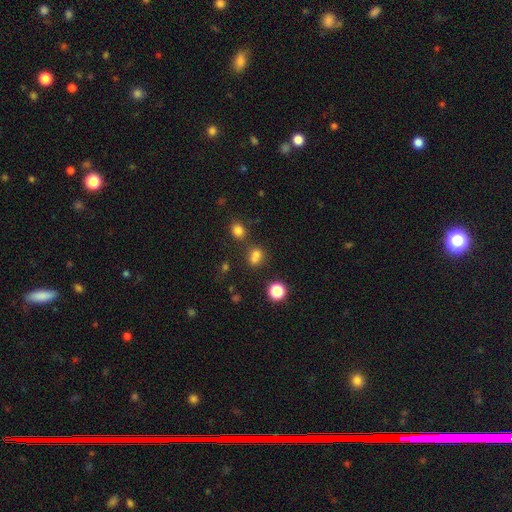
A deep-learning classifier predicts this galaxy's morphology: A smooth galaxy with no disk features (71%) that is round (62%). Merging: none (52%).